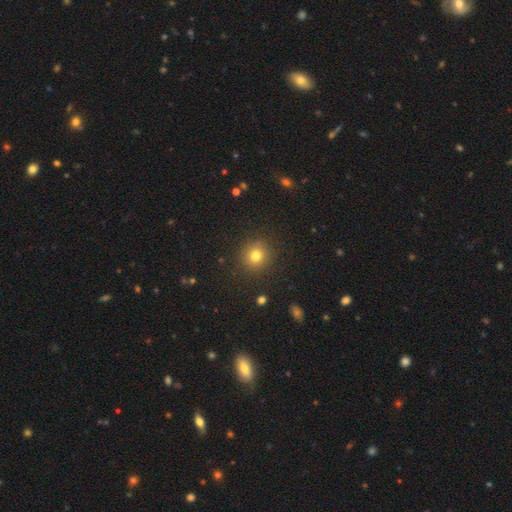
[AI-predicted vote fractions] Smooth or featured? smooth (79%)
How rounded? round (90%)
Merging? none (89%)